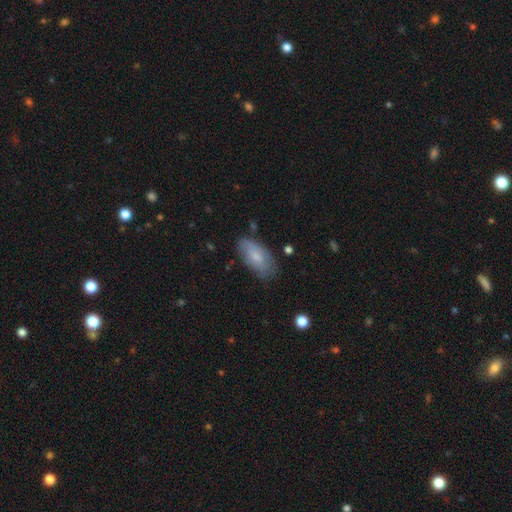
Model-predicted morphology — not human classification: smooth 72%, featured or disk 22%, star or artifact 6%. Down the decision tree: how rounded — in between (90%); merging — none (71%).